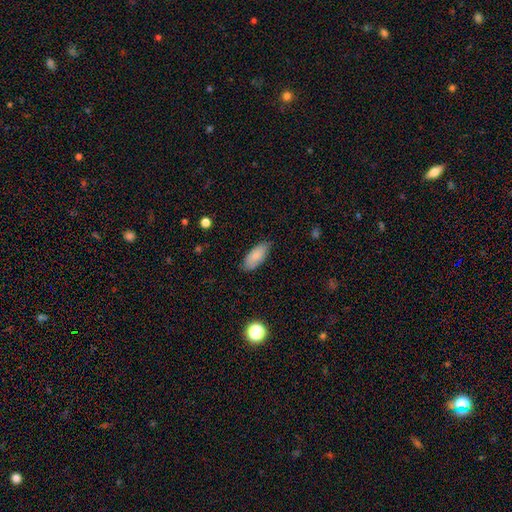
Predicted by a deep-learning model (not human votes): Smooth or featured? smooth (84%)
How rounded? in between (86%)
Merging? none (79%)